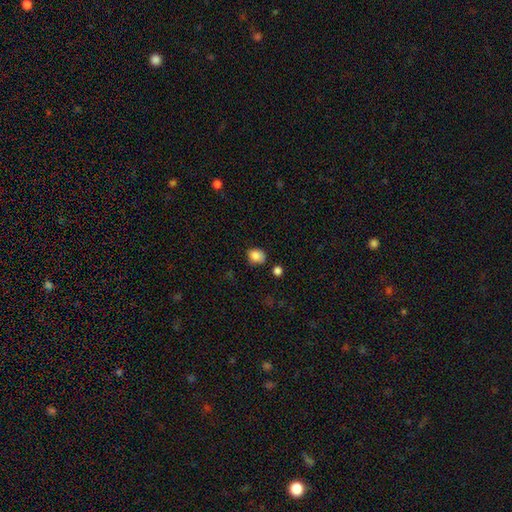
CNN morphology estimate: Q: Smooth or featured?
A: smooth (85%); runner-up: star or artifact (9%)
Q: How rounded?
A: round (50%); runner-up: in between (49%)
Q: Merging?
A: none (72%); runner-up: minor disturbance (20%)